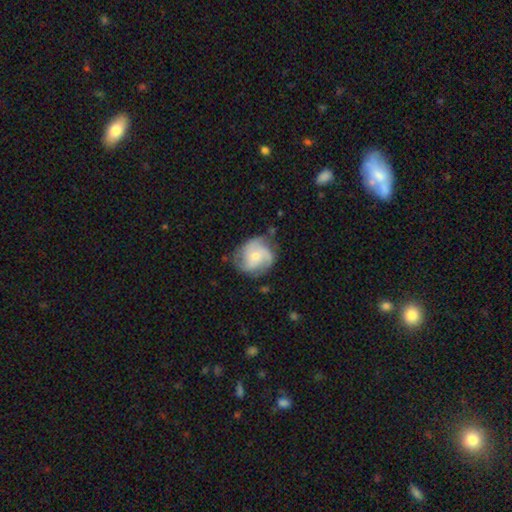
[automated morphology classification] type=featured or disk (67%); edge-on=no (98%); bar=no (72%); spiral arms=yes (91%); winding=medium (47%); arm count=3 (48%); bulge=small (54%); merging=none (62%).